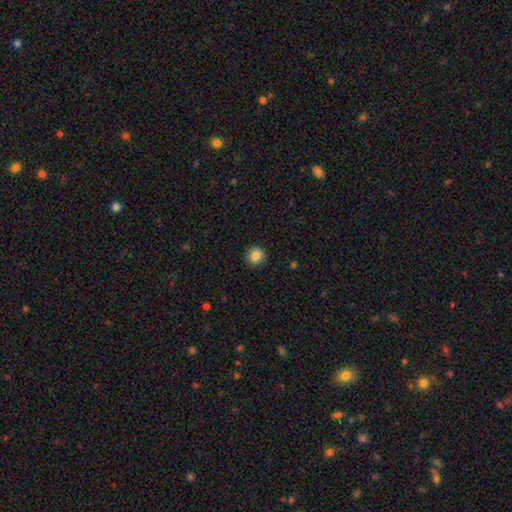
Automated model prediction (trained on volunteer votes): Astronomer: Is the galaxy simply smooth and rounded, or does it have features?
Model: smooth — 86%.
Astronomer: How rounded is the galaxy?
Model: round — 90%.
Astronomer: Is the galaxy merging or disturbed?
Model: none — 91%.